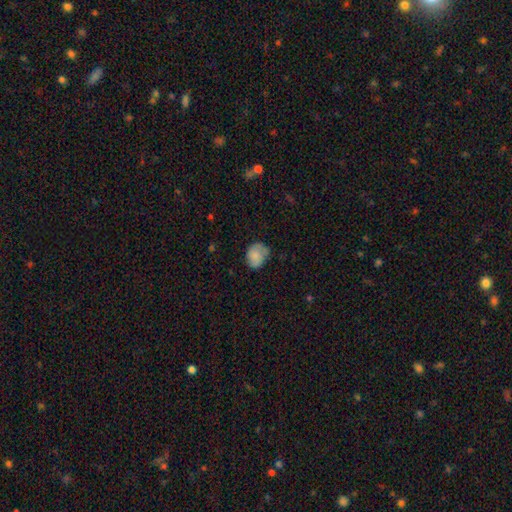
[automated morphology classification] smooth 73%, featured or disk 19%, star or artifact 8%. Down the decision tree: how rounded — round (55%); merging — none (56%).